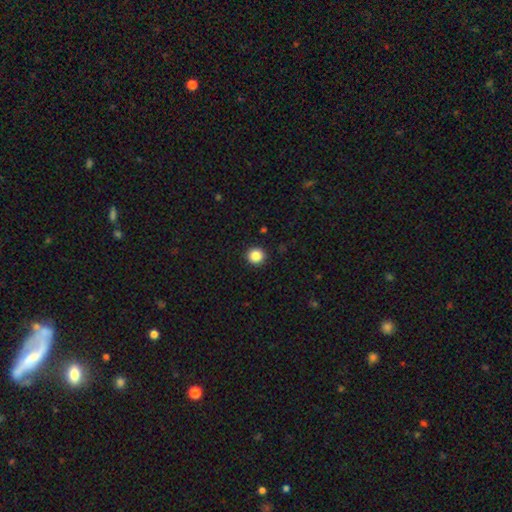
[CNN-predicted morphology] type=smooth (86%); roundness=round (95%); merging=none (94%).